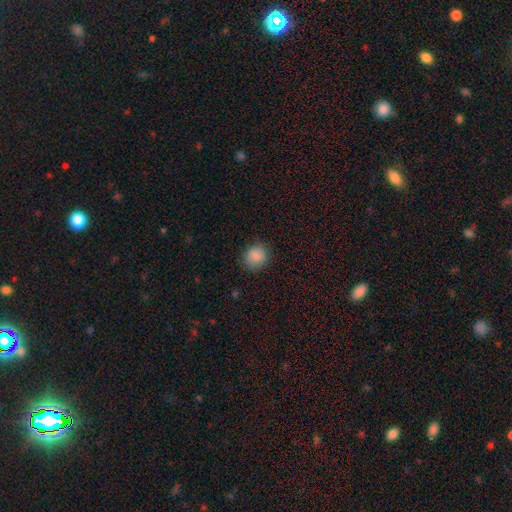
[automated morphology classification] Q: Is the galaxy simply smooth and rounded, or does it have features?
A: smooth — 86%.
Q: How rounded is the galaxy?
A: round — 72%.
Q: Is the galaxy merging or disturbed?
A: none — 82%.